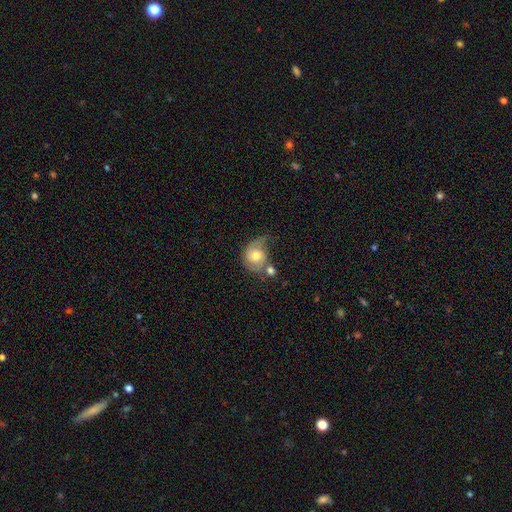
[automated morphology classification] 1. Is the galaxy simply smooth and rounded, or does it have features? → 55% featured or disk, 38% smooth, 7% star or artifact.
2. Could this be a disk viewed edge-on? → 97% no, 3% yes.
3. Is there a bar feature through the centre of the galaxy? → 74% no, 22% weak, 3% strong.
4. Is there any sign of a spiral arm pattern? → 85% yes, 15% no.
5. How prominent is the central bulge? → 65% moderate, 19% small, 12% large, 2% none, 2% dominant.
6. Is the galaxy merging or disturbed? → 32% none, 24% merger, 23% minor disturbance, 22% major disturbance.